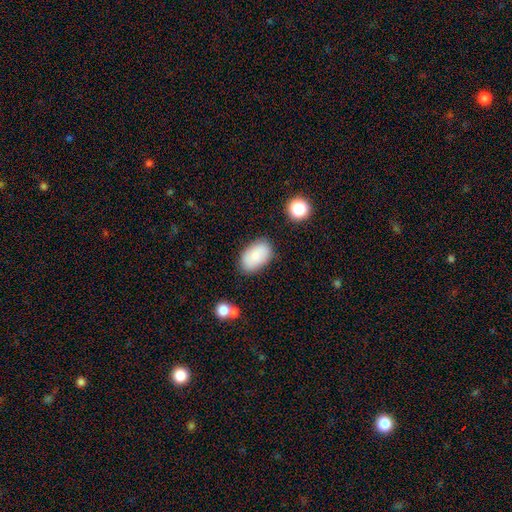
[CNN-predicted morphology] type=smooth (84%); roundness=in between (92%); merging=none (79%).